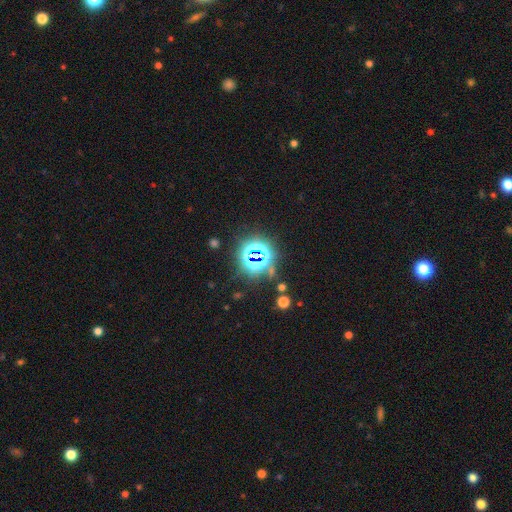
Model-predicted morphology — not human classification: This is likely a star or artifact rather than a galaxy (76%).